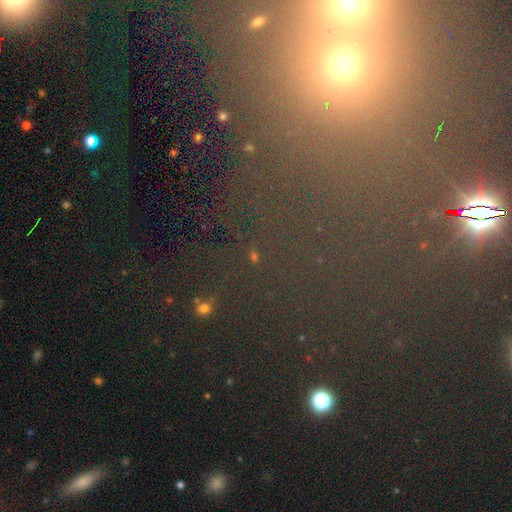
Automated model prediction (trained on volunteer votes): The model was most divided on "smooth or featured": star or artifact: 67%, smooth: 24%, featured or disk: 10%.